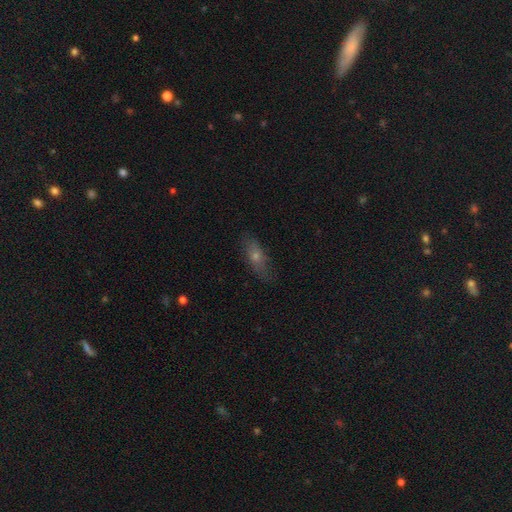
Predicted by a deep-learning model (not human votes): Morphology: type=smooth (50%); merging=none (77%).